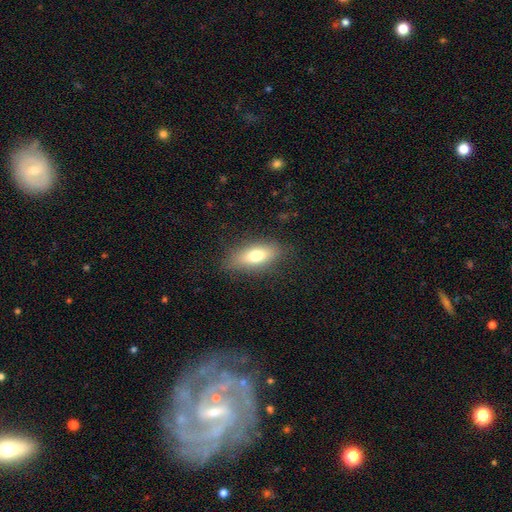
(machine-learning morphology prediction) A smooth galaxy with no disk features (72%) that is in between round and cigar-shaped (76%). Merging: none (83%).